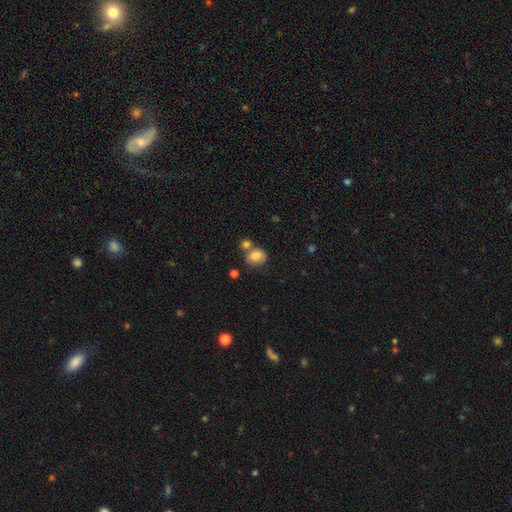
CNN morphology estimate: smooth_or_featured: smooth (p=0.78) [alt: featured or disk p=0.13]
how_rounded: round (p=0.50) [alt: in between p=0.49]
merging: none (p=0.47) [alt: merger p=0.29]